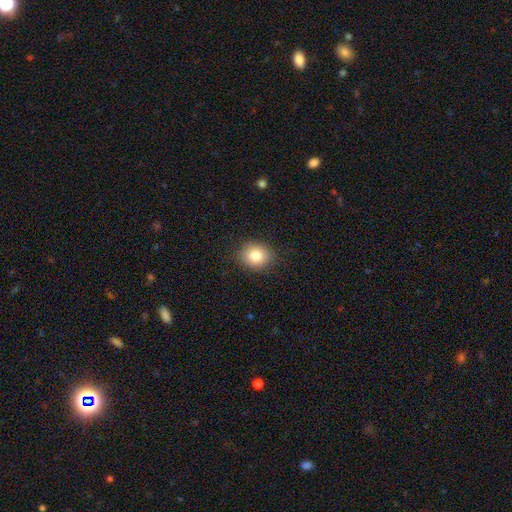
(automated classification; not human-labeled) smooth_or_featured: smooth (p=0.83) [alt: star or artifact p=0.09]
how_rounded: round (p=0.67) [alt: in between p=0.32]
merging: none (p=0.88) [alt: minor disturbance p=0.09]